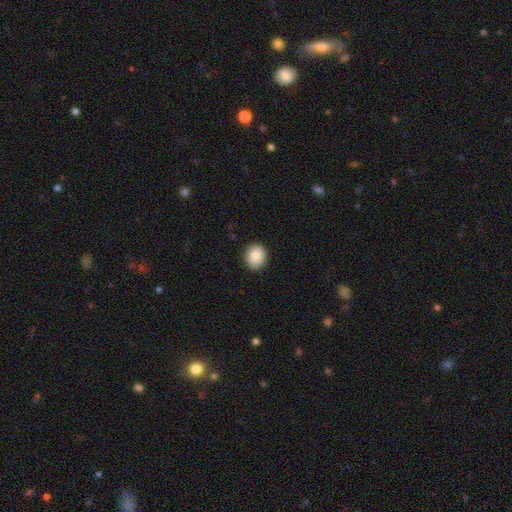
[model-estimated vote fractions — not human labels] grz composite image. It shows a smooth galaxy with no disk features (86%) that is round (59%). Merging: none (85%).